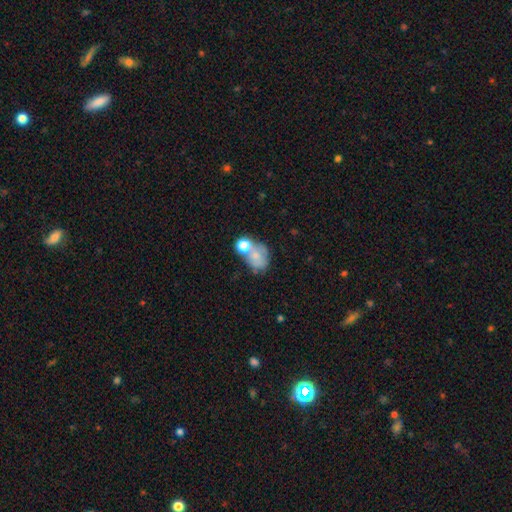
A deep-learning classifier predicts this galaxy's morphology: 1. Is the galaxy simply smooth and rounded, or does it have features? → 63% smooth, 25% featured or disk, 12% star or artifact.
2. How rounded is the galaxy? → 56% in between, 43% round, 1% cigar-shaped.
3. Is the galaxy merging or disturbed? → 46% merger, 26% none, 15% minor disturbance, 13% major disturbance.